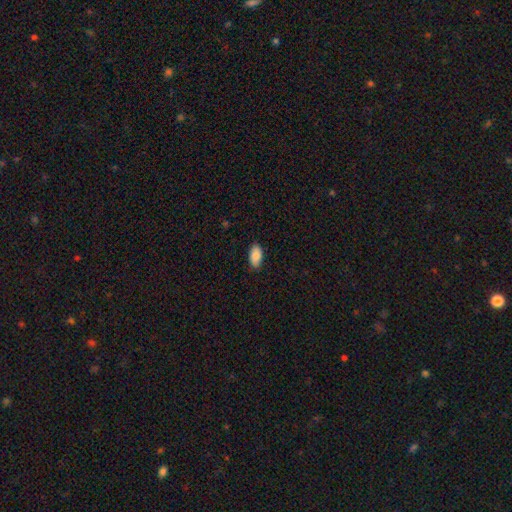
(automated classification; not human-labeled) Smooth or featured: smooth — 87% (featured or disk — 7%)
How rounded: in between — 94% (cigar-shaped — 4%)
Merging: none — 87% (minor disturbance — 10%)